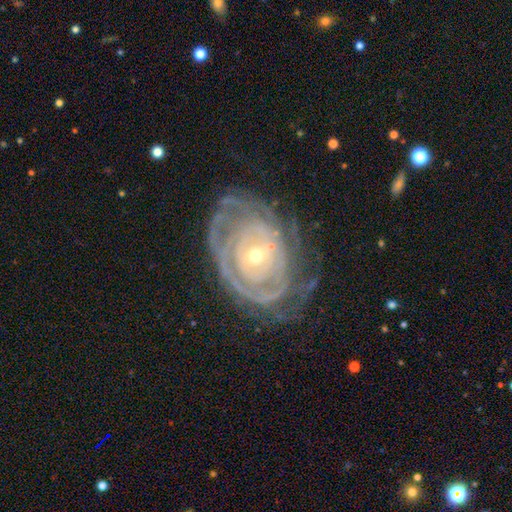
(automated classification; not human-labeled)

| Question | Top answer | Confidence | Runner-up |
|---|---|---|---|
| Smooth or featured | featured or disk | 84% | smooth (10%) |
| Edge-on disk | no | 95% | yes (5%) |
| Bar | no | 75% | weak (18%) |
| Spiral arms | yes | 85% | no (15%) |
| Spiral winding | tight | 81% | medium (14%) |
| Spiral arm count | can't tell | 49% | 2 (17%) |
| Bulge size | small | 64% | moderate (32%) |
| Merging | none | 62% | minor disturbance (22%) |